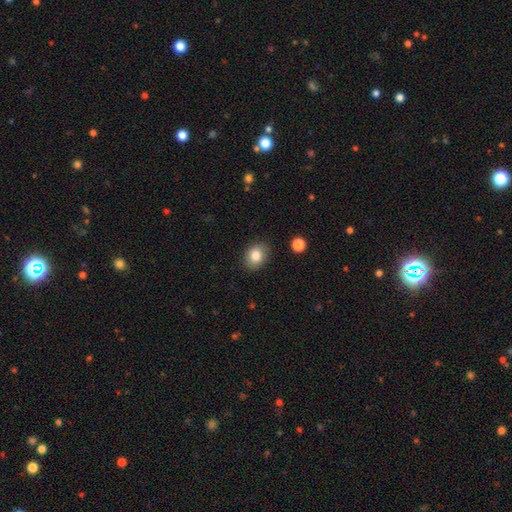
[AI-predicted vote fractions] Smooth or featured?
  - smooth: 83% *
  - star or artifact: 9%
  - featured or disk: 8%
How rounded?
  - in between: 57% *
  - round: 42%
  - cigar-shaped: 1%
Merging?
  - none: 86% *
  - minor disturbance: 10%
  - major disturbance: 2%
  - merger: 1%